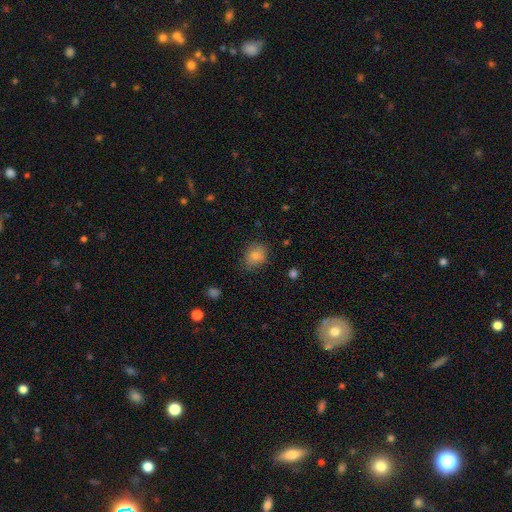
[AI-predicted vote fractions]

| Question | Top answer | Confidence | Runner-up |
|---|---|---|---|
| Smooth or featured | smooth | 79% | featured or disk (11%) |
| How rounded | round | 54% | in between (45%) |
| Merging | none | 69% | minor disturbance (23%) |